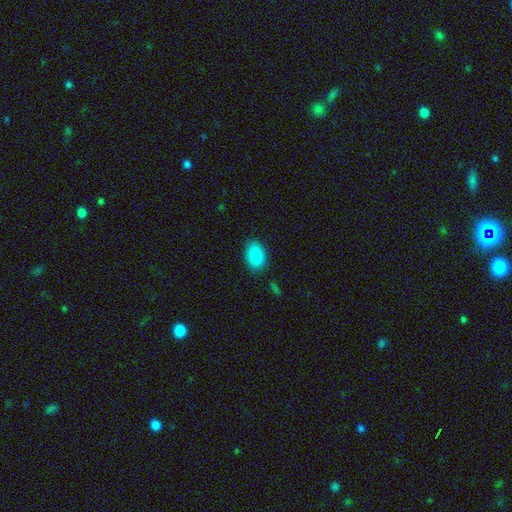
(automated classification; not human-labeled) Smooth or featured? Predicted: smooth (p=0.88). How rounded? Predicted: in between (p=0.87). Merging? Predicted: none (p=0.87).